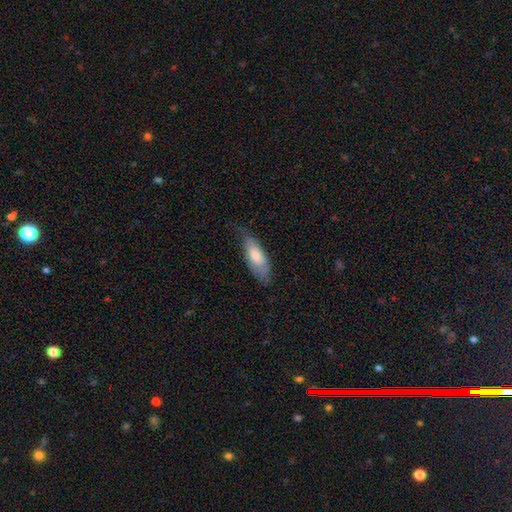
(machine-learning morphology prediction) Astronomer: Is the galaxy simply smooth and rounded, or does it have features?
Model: smooth — 73%.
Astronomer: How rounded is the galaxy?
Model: in between — 74%.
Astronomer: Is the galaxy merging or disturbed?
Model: none — 49% (runner-up: minor disturbance, 36%).